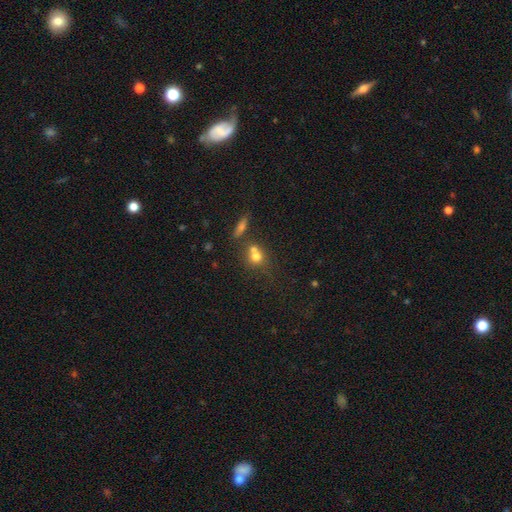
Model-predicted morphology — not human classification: Smooth or featured: smooth — 71% (featured or disk — 16%)
How rounded: round — 76% (in between — 22%)
Merging: merger — 47% (none — 40%)